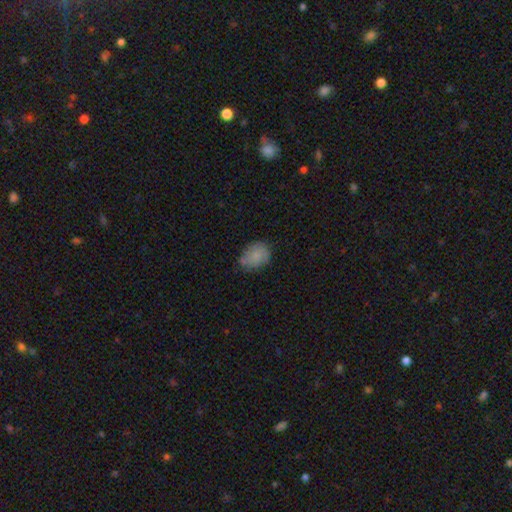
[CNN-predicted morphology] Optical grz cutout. It shows a smooth galaxy with no disk features (80%) that is in between round and cigar-shaped (59%). Merging: none (65%).